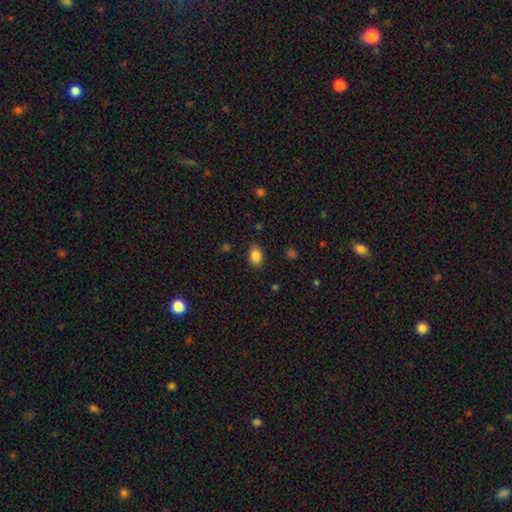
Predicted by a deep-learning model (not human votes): Smooth or featured?
  - smooth: 85% *
  - star or artifact: 9%
  - featured or disk: 6%
How rounded?
  - in between: 81% *
  - round: 18%
  - cigar-shaped: 1%
Merging?
  - none: 86% *
  - minor disturbance: 10%
  - major disturbance: 3%
  - merger: 1%